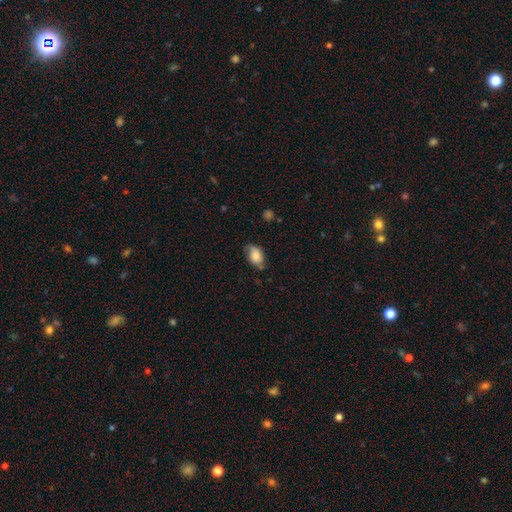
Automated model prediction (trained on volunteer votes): Smooth or featured: smooth — 75% (featured or disk — 17%)
How rounded: in between — 86% (round — 12%)
Merging: none — 60% (minor disturbance — 30%)